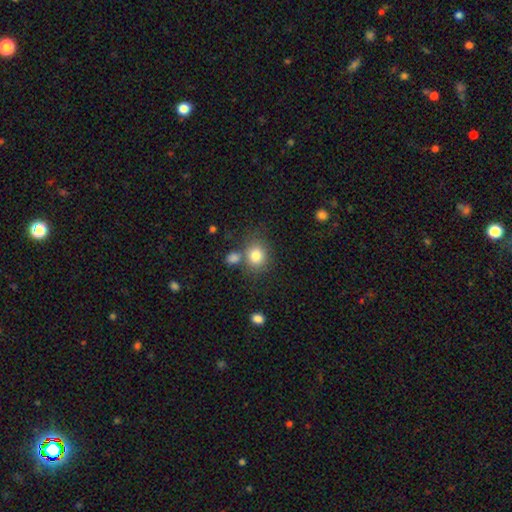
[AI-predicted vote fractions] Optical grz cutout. It shows a smooth galaxy with no disk features (81%) that is round (73%). Merging: none (62%).